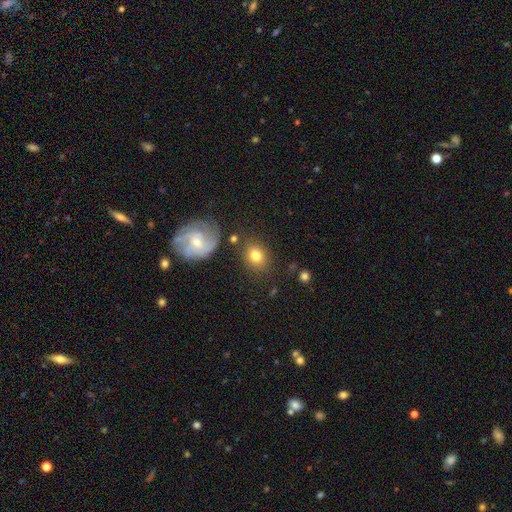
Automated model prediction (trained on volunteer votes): A smooth galaxy with no disk features (75%) that is round (60%).

Vote fractions:
- Smooth or featured? smooth: 75% / featured or disk: 16% / star or artifact: 9%
- How rounded? round: 60% / in between: 39% / cigar-shaped: 1%
- Merging? none: 78% / minor disturbance: 12% / merger: 5% / major disturbance: 5%